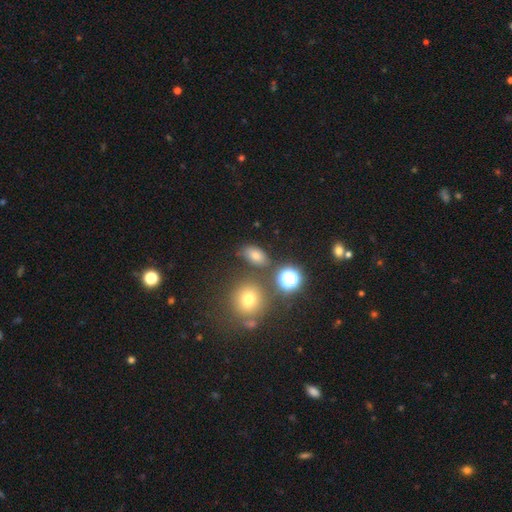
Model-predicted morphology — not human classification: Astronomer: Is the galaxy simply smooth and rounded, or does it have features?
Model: smooth — 68%.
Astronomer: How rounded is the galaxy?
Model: in between — 77%.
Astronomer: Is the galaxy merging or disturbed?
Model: none — 75%.